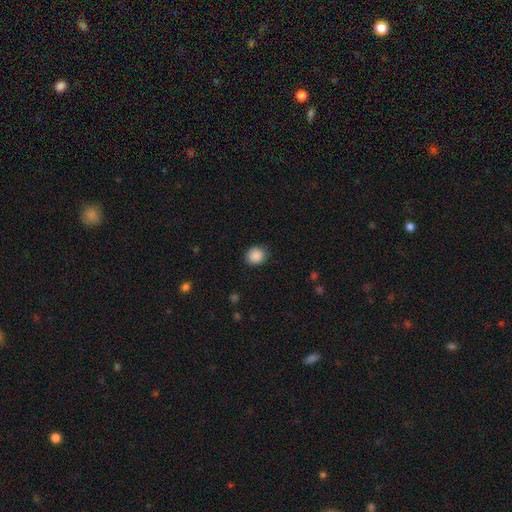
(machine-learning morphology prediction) A smooth galaxy with no disk features (89%) that is round (81%).

Vote fractions:
- Smooth or featured? smooth: 89% / star or artifact: 9% / featured or disk: 3%
- How rounded? round: 81% / in between: 18% / cigar-shaped: 1%
- Merging? none: 85% / minor disturbance: 11% / major disturbance: 3% / merger: 1%